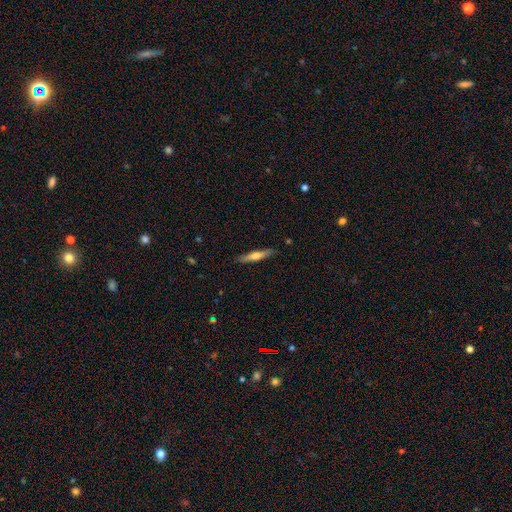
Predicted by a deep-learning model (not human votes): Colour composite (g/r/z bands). It shows a featured or disk galaxy (48%). Merging: none (88%).